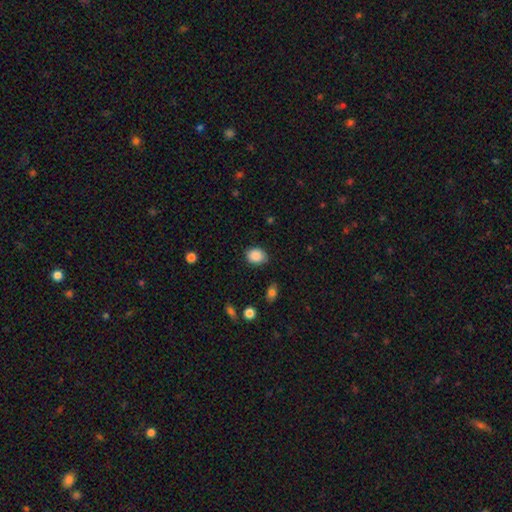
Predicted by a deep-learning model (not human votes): A smooth galaxy with no disk features (88%) that is in between round and cigar-shaped (57%).

Vote fractions:
- Smooth or featured? smooth: 88% / star or artifact: 8% / featured or disk: 4%
- How rounded? in between: 57% / round: 42% / cigar-shaped: 1%
- Merging? none: 80% / minor disturbance: 15% / major disturbance: 3% / merger: 1%